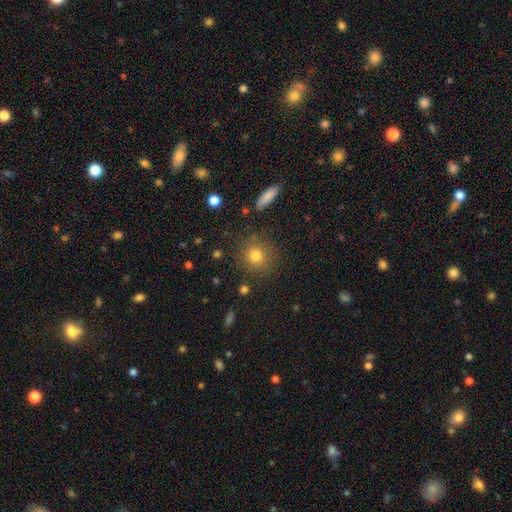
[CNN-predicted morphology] The model was most divided on "smooth or featured": smooth: 79%, star or artifact: 13%, featured or disk: 8%. More confident: how rounded — round (87%); merging — none (84%).